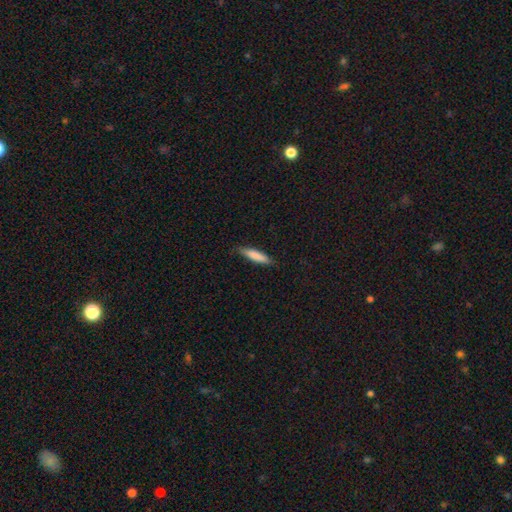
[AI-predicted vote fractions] Q: Smooth or featured?
A: smooth (81%); runner-up: featured or disk (13%)
Q: How rounded?
A: cigar-shaped (80%); runner-up: in between (18%)
Q: Merging?
A: none (85%); runner-up: minor disturbance (12%)